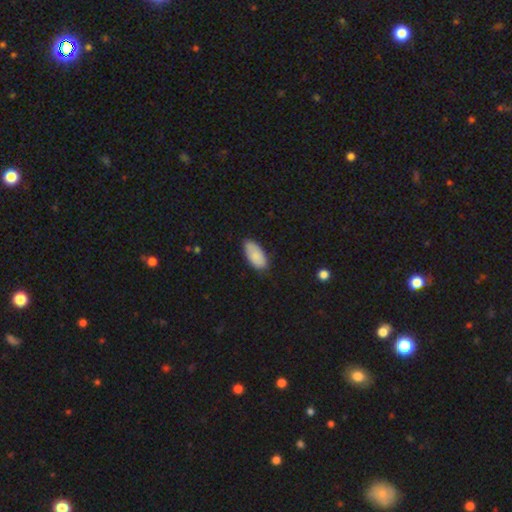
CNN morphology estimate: A smooth galaxy with no disk features (86%) that is in between round and cigar-shaped (92%). Merging: none (78%).